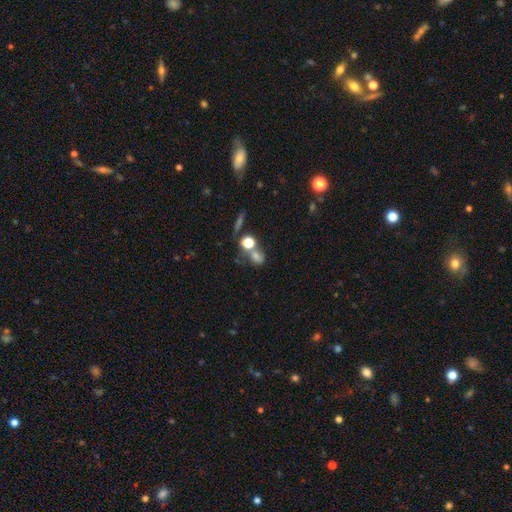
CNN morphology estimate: Smooth or featured: smooth — 61% (star or artifact — 20%)
How rounded: round — 53% (in between — 44%)
Merging: merger — 43% (none — 37%)